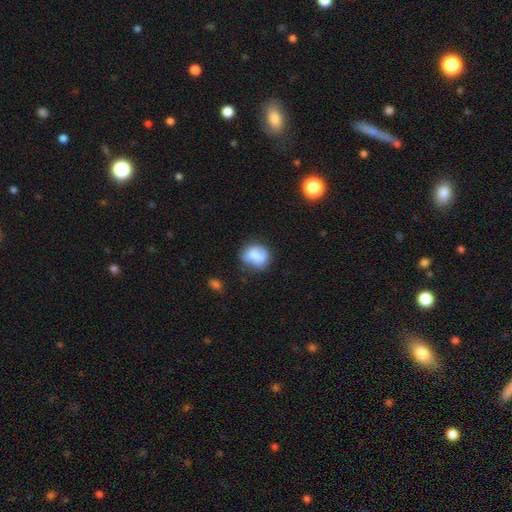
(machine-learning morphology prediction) Q: Smooth or featured?
A: smooth (75%); runner-up: featured or disk (16%)
Q: How rounded?
A: round (60%); runner-up: in between (39%)
Q: Merging?
A: none (58%); runner-up: minor disturbance (28%)